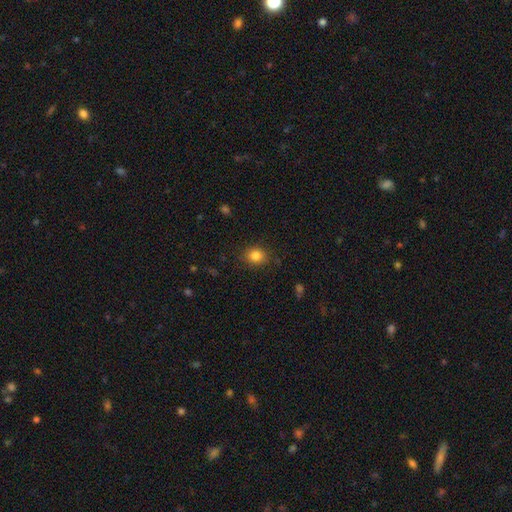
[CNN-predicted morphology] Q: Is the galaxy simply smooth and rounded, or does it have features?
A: smooth — 84%.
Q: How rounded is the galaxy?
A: round — 67%.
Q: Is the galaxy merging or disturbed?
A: none — 85%.